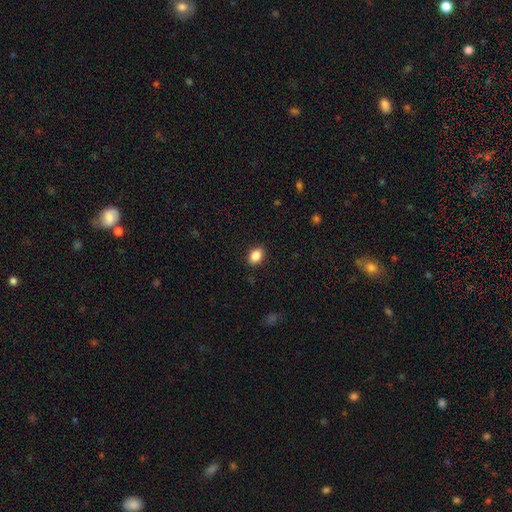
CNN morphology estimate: Smooth or featured? Predicted: smooth (p=0.87). How rounded? Predicted: in between (p=0.79). Merging? Predicted: none (p=0.88).